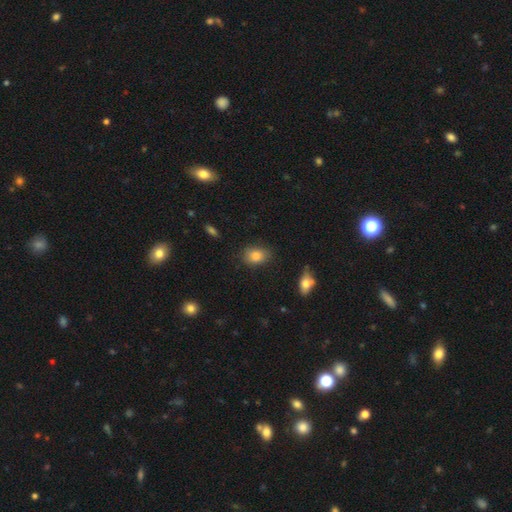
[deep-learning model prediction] Overall: smooth (84%). How rounded: in between (72%). Merging: none (78%).